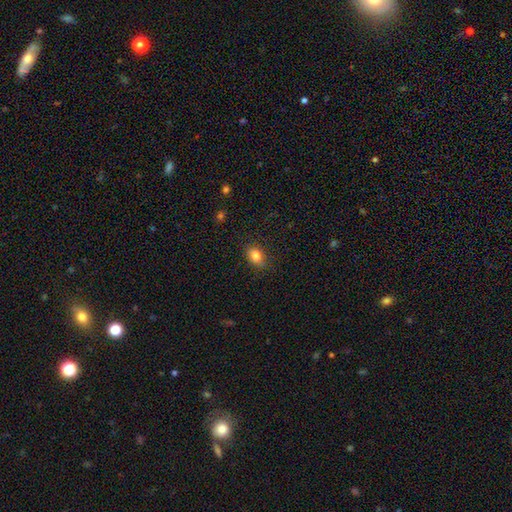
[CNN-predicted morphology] The model was most divided on "how rounded": in between: 74%, round: 24%, cigar-shaped: 2%. More confident: merging — none (83%); smooth or featured — smooth (83%).